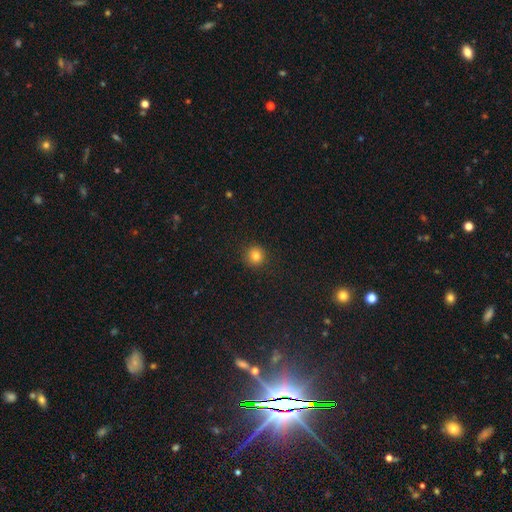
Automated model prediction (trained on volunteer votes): Smooth or featured? smooth (82%)
How rounded? round (93%)
Merging? none (91%)